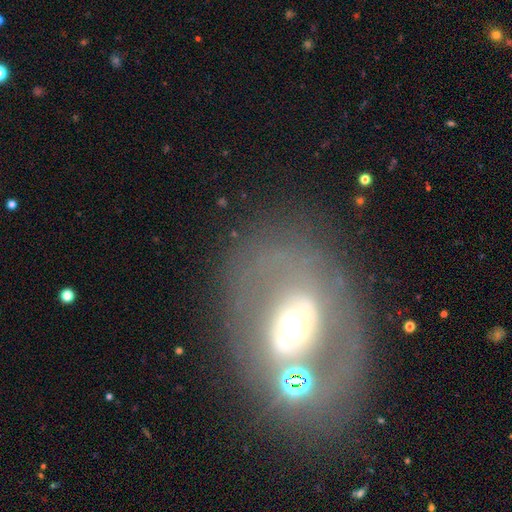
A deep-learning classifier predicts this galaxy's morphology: type=featured or disk (56%); edge-on=no (92%); bar=no (57%); spiral arms=no (69%); bulge=moderate (60%); merging=none (63%).